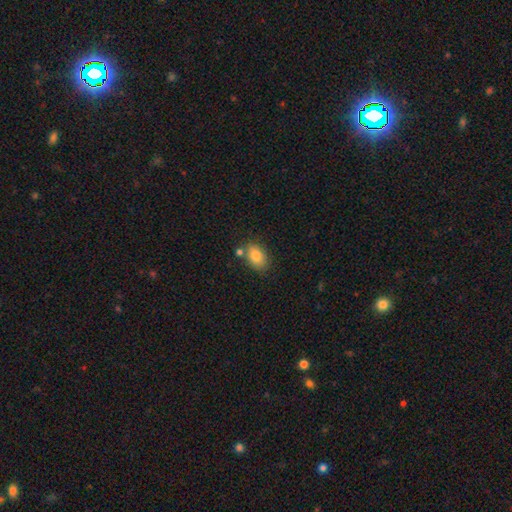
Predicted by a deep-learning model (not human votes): Smooth or featured?
  - smooth: 83% *
  - featured or disk: 9%
  - star or artifact: 8%
How rounded?
  - in between: 84% *
  - round: 14%
  - cigar-shaped: 1%
Merging?
  - none: 69% *
  - minor disturbance: 15%
  - merger: 12%
  - major disturbance: 4%